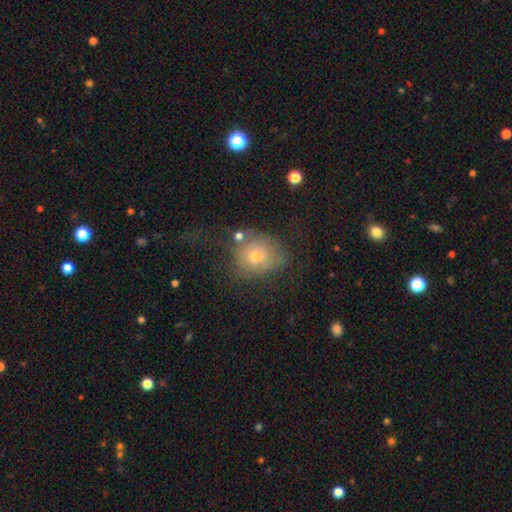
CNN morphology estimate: Smooth or featured: smooth — 65% (featured or disk — 22%)
How rounded: round — 70% (in between — 29%)
Merging: none — 43% (major disturbance — 26%)